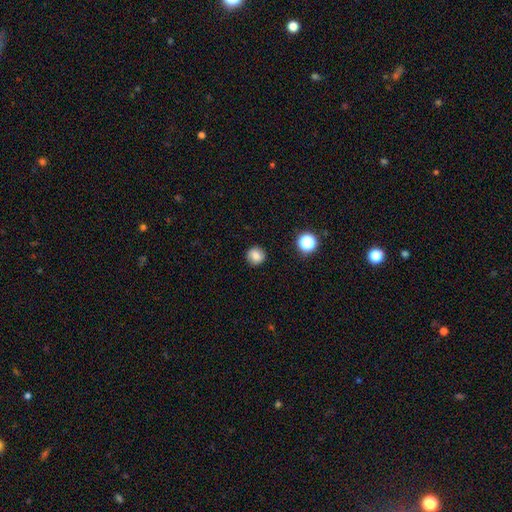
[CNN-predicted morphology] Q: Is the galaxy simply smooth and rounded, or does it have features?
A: smooth — 79%.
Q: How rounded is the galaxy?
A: round — 92%.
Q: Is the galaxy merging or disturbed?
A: none — 89%.